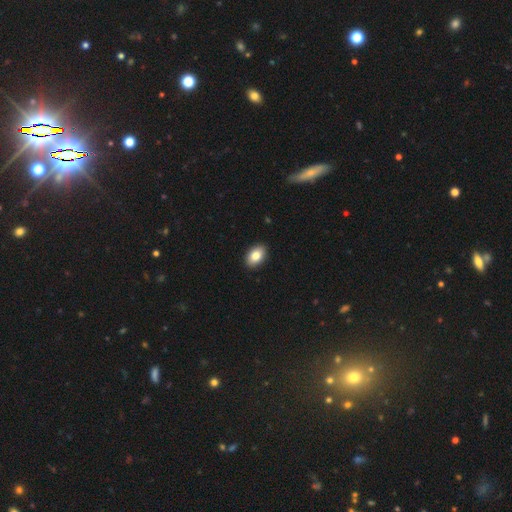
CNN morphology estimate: This appears to be a smooth galaxy with no disk features (84%) that is in between round and cigar-shaped (88%). Merging: none (91%).